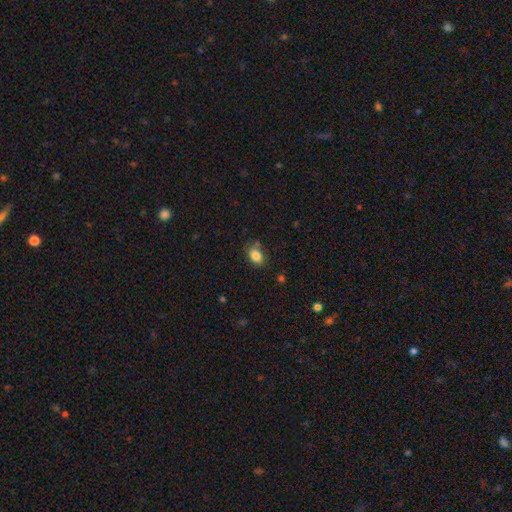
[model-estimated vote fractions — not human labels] Smooth or featured: smooth — 84% (star or artifact — 9%)
How rounded: in between — 77% (round — 21%)
Merging: none — 68% (minor disturbance — 21%)